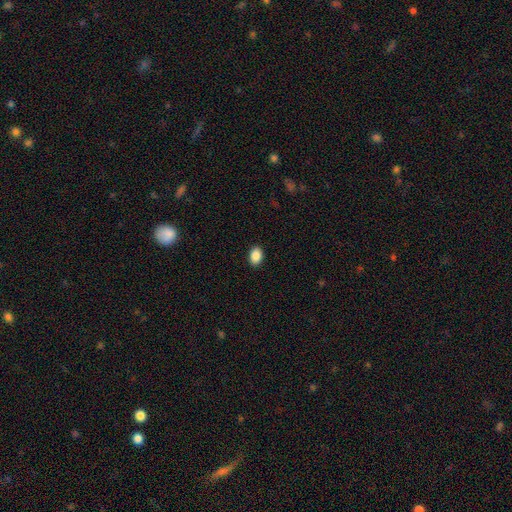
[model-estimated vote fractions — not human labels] A smooth galaxy with no disk features (88%) that is in between round and cigar-shaped (82%). Merging: none (90%).